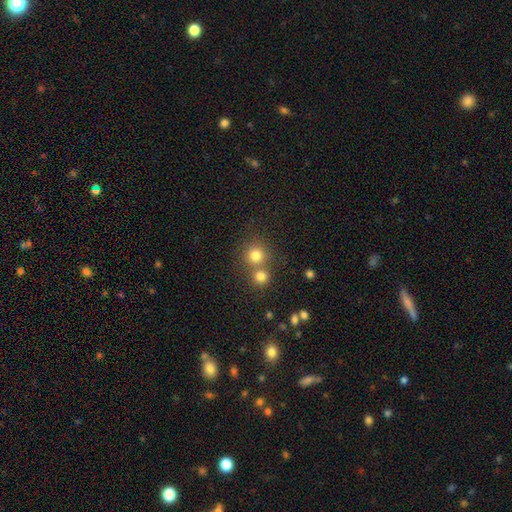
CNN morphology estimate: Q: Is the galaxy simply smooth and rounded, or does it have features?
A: smooth — 79%.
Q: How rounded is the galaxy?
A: round — 91%.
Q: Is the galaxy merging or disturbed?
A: none — 57%.